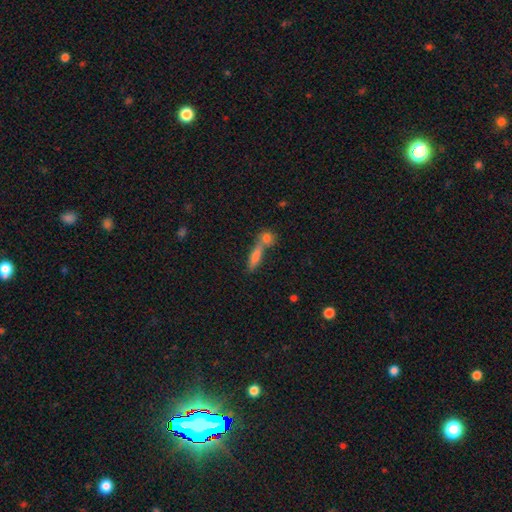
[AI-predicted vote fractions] This appears to be a smooth galaxy with no disk features (67%) that is cigar-shaped (64%). Merging: merger (46%).